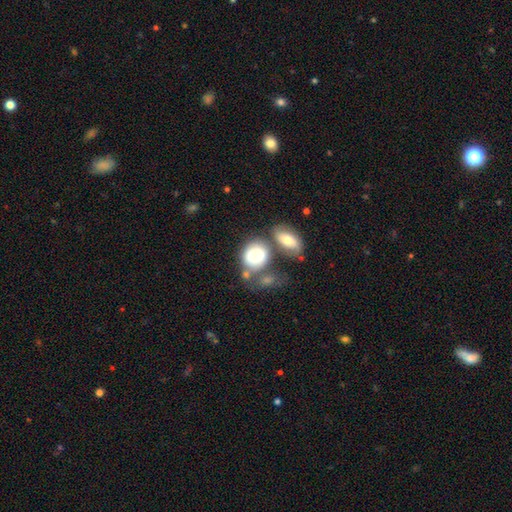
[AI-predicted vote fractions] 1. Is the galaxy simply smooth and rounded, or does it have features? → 77% smooth, 16% featured or disk, 7% star or artifact.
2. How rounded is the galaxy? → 50% in between, 49% round, 1% cigar-shaped.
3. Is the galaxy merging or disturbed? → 39% merger, 33% none, 17% minor disturbance, 11% major disturbance.